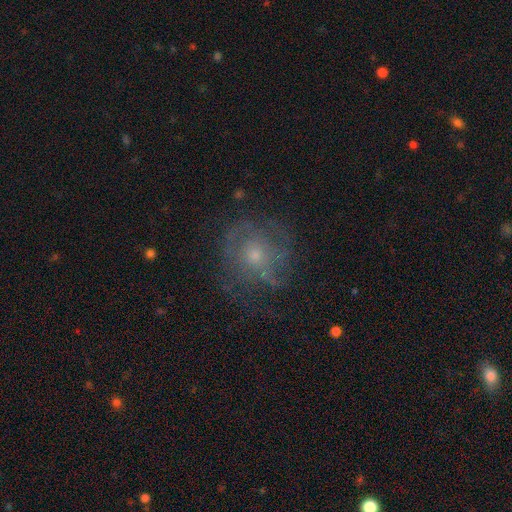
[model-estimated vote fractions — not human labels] Smooth or featured? featured or disk (59%)
Edge-on disk? no (97%)
Bar? no (84%)
Spiral arms? yes (66%)
Bulge size? small (53%)
Merging? none (65%)